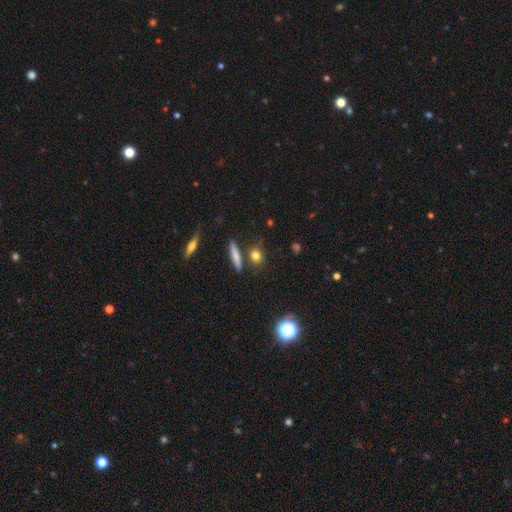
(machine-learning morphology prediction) smooth-or-featured: smooth: 78% | star or artifact: 12% | featured or disk: 10%
  how-rounded: round: 54% | in between: 27% | cigar-shaped: 18%
  merging: none: 78% | minor disturbance: 10% | merger: 8% | major disturbance: 3%